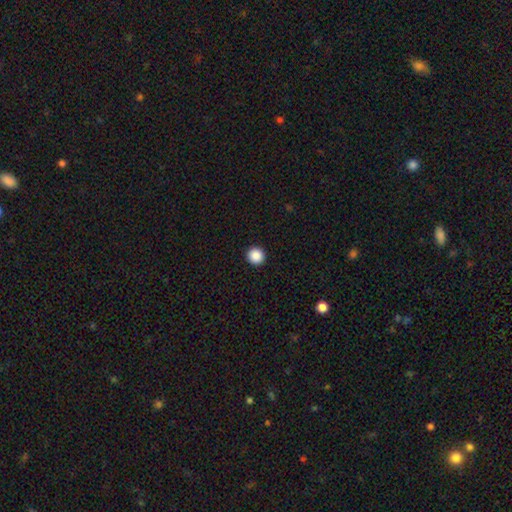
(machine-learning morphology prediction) Smooth or featured? Predicted: smooth (p=0.89). How rounded? Predicted: round (p=0.95). Merging? Predicted: none (p=0.94).